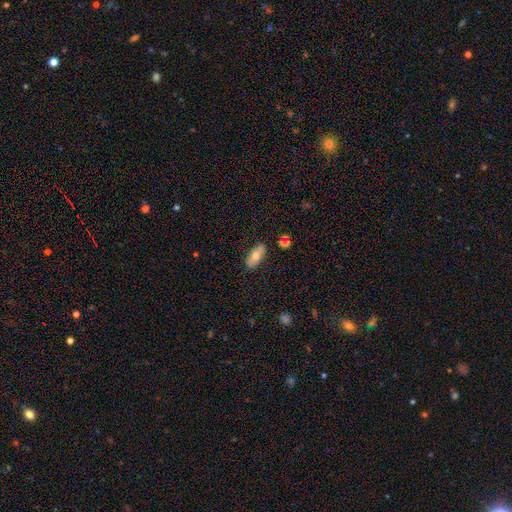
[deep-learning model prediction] Smooth or featured? smooth (70%)
How rounded? in between (83%)
Merging? none (87%)